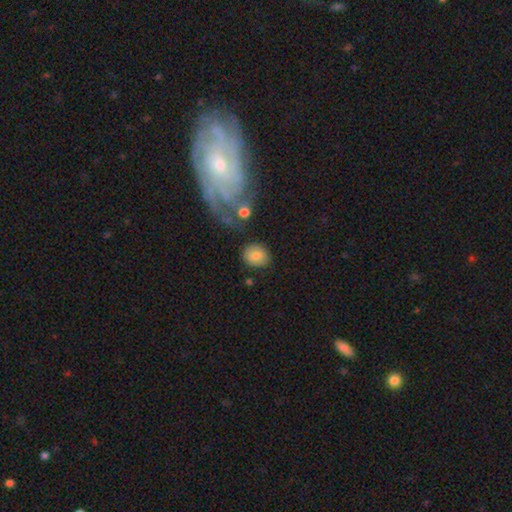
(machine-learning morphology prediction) type=smooth (77%); roundness=round (65%); merging=none (80%).